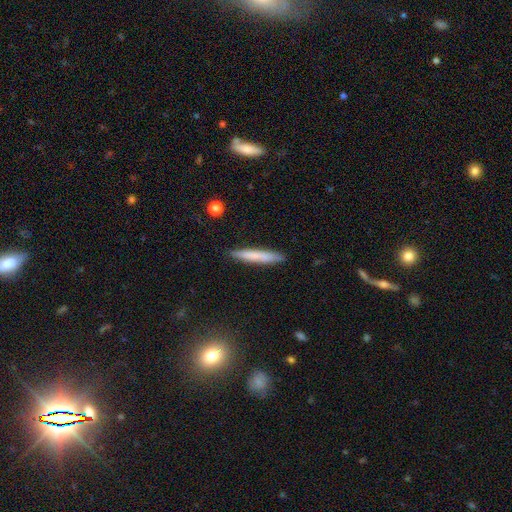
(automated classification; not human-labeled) Smooth or featured: smooth — 73% (featured or disk — 21%)
How rounded: cigar-shaped — 94% (in between — 5%)
Merging: none — 88% (minor disturbance — 9%)